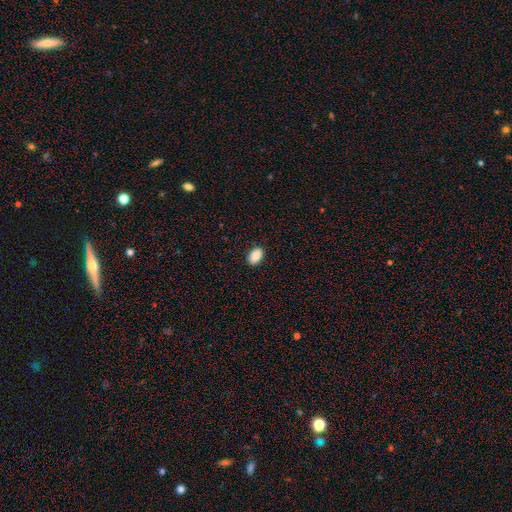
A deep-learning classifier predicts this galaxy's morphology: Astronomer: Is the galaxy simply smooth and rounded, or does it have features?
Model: smooth — 90%.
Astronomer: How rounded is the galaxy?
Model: in between — 91%.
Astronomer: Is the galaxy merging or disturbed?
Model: none — 88%.